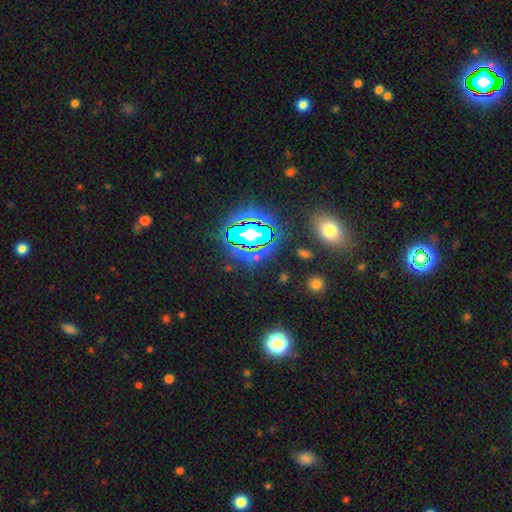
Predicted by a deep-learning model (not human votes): This appears to be a star or artifact, not a galaxy (67%).